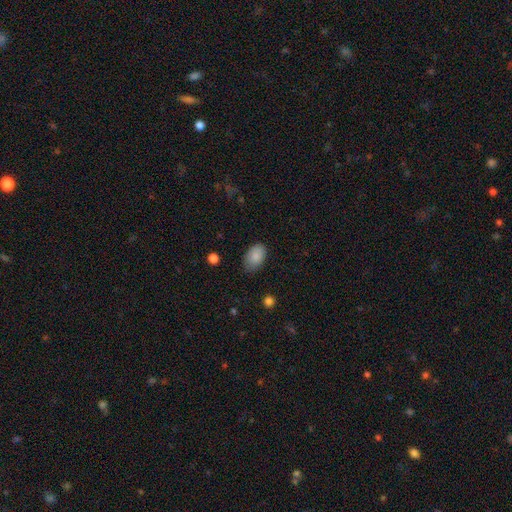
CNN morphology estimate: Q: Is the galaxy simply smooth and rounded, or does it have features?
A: smooth — 87%.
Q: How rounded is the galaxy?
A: in between — 91%.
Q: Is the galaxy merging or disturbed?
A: none — 78%.